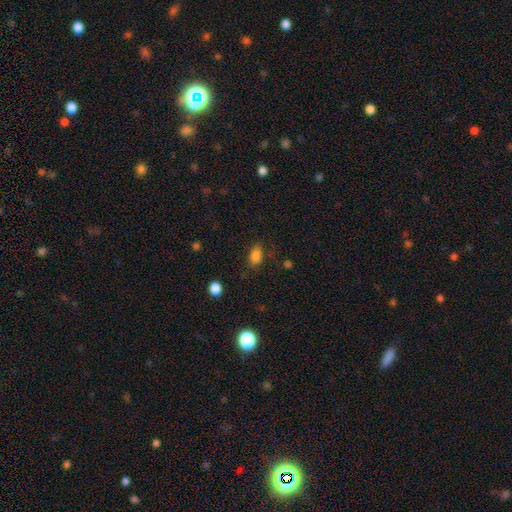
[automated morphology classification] smooth 82%, star or artifact 12%, featured or disk 6%. Down the decision tree: how rounded — in between (84%); merging — none (71%).